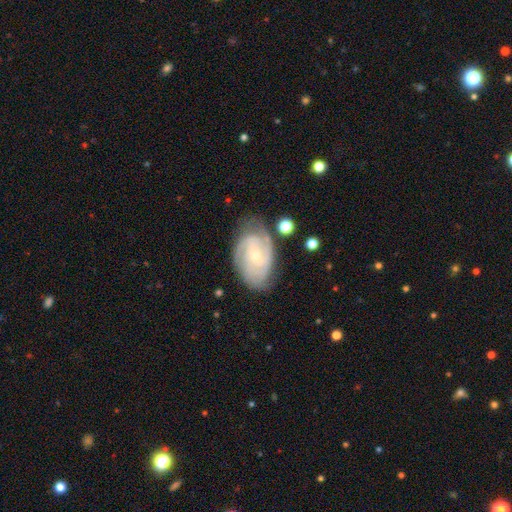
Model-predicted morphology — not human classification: Q: Smooth or featured?
A: featured or disk (86%); runner-up: smooth (8%)
Q: Edge-on disk?
A: no (97%); runner-up: yes (3%)
Q: Bar?
A: no (58%); runner-up: weak (35%)
Q: Spiral arms?
A: yes (97%); runner-up: no (3%)
Q: Spiral winding?
A: tight (64%); runner-up: medium (30%)
Q: Spiral arm count?
A: 3 (34%); runner-up: 2 (29%)
Q: Bulge size?
A: small (68%); runner-up: moderate (29%)
Q: Merging?
A: none (71%); runner-up: minor disturbance (20%)